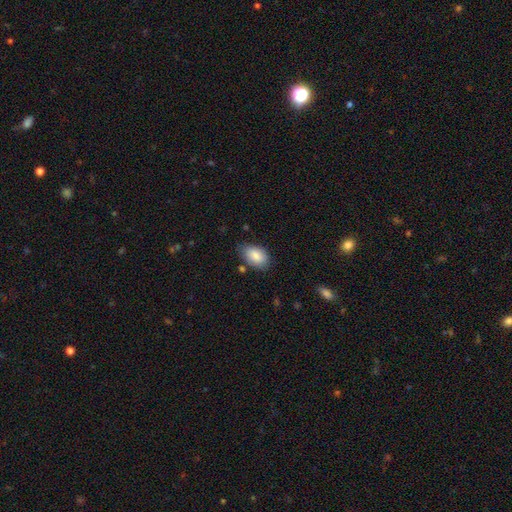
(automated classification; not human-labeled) Overall: smooth (85%). How rounded: in between (91%). Merging: none (73%).